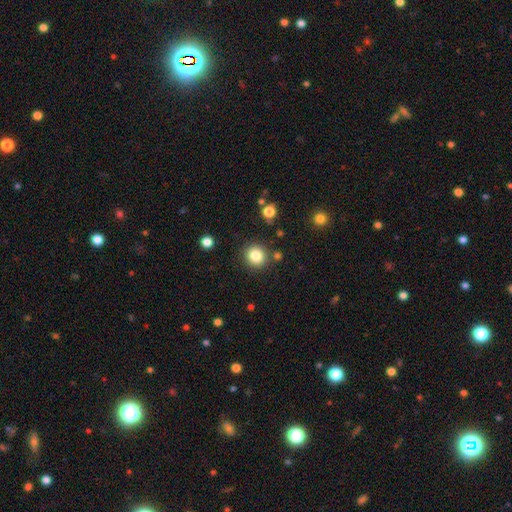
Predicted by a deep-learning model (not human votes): This appears to be a smooth galaxy with no disk features (84%) that is round (91%). Merging: none (86%).